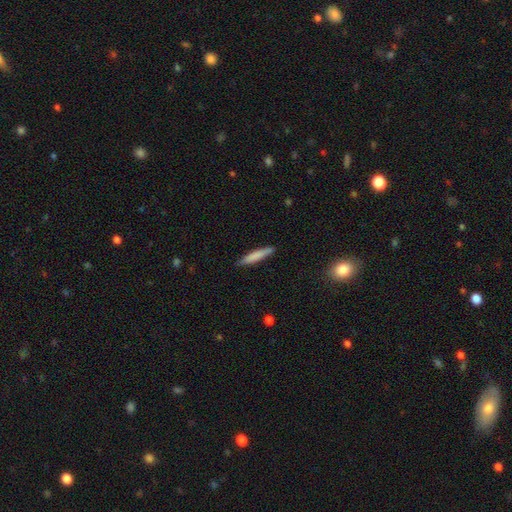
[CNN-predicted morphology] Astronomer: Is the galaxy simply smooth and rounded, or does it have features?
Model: smooth — 76%.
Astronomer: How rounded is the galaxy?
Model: cigar-shaped — 92%.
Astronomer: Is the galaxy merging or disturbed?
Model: none — 87%.